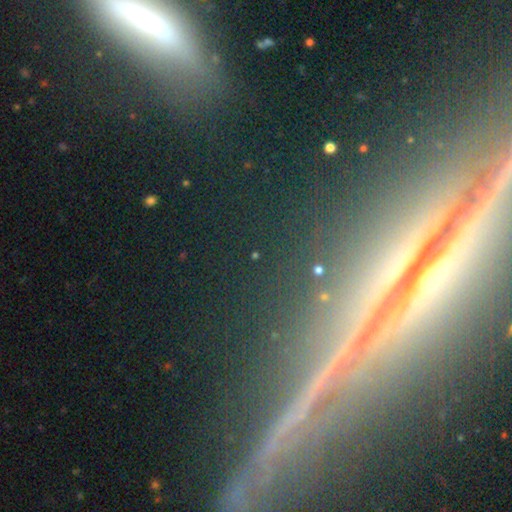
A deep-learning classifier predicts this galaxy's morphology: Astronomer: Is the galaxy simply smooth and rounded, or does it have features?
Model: star or artifact — 63%.